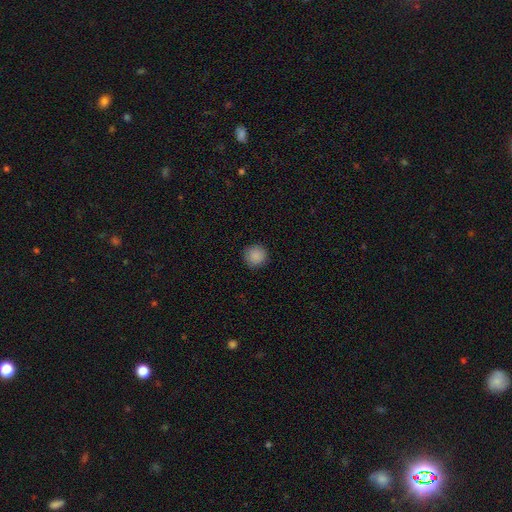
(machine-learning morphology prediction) smooth_or_featured: smooth (p=0.88) [alt: star or artifact p=0.09]
how_rounded: round (p=0.95) [alt: in between p=0.04]
merging: none (p=0.91) [alt: minor disturbance p=0.06]